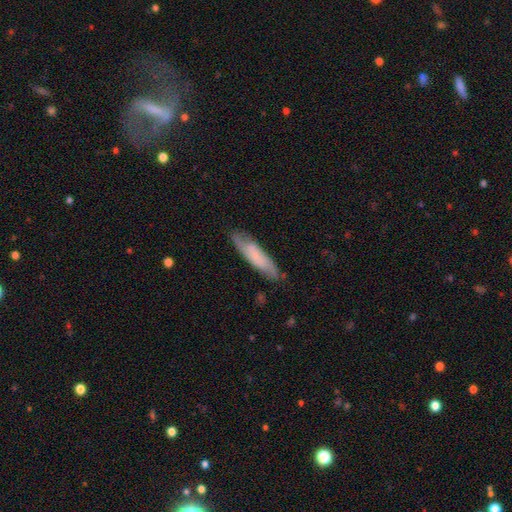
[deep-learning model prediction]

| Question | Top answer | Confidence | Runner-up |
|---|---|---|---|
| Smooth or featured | smooth | 51% | featured or disk (43%) |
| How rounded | cigar-shaped | 71% | in between (27%) |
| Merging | none | 79% | minor disturbance (16%) |